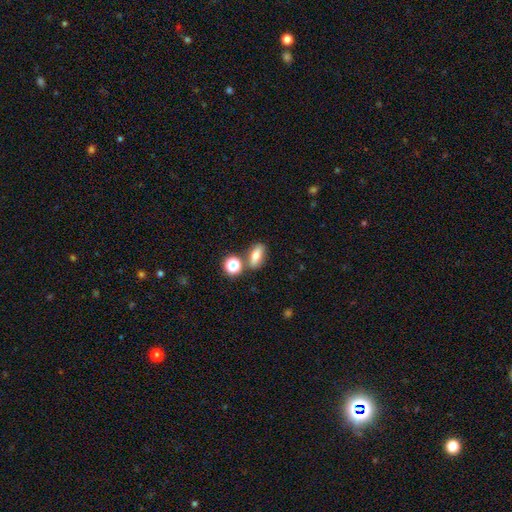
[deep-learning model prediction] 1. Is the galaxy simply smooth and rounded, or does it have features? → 72% smooth, 16% featured or disk, 12% star or artifact.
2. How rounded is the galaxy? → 68% in between, 18% round, 14% cigar-shaped.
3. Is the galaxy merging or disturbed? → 70% none, 13% merger, 12% minor disturbance, 4% major disturbance.